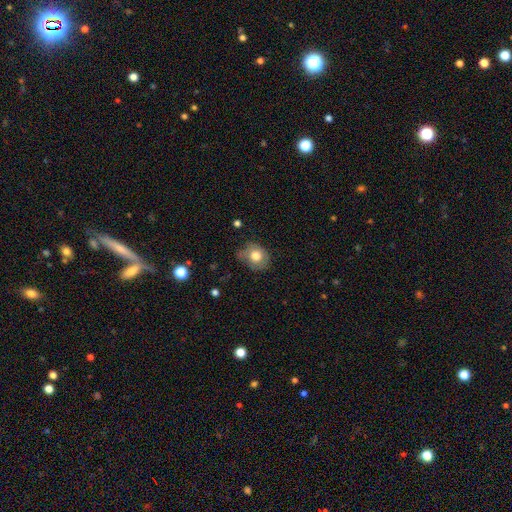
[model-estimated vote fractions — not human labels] A smooth galaxy with no disk features (70%) that is round (60%). Merging: none (55%).